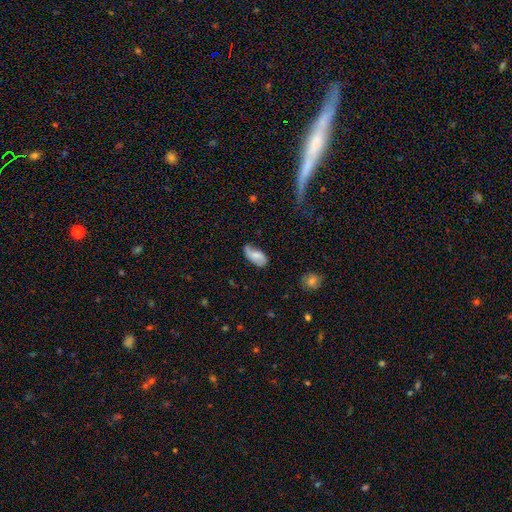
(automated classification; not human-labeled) A smooth galaxy with no disk features (50%) that is in between round and cigar-shaped (92%). Merging: none (59%).